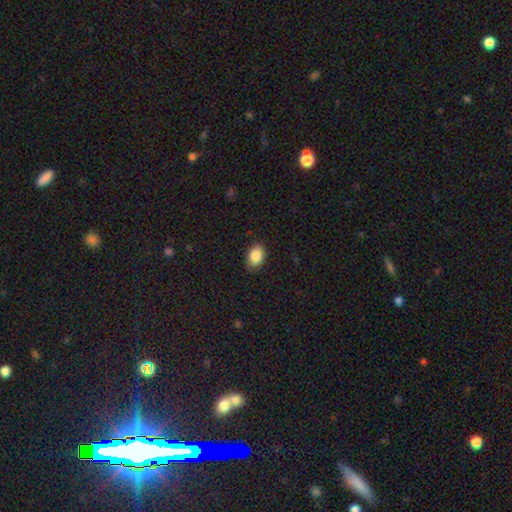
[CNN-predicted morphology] This is clearly a smooth galaxy (88%). How rounded: clearly in between (84%). Merging: clearly none (83%).